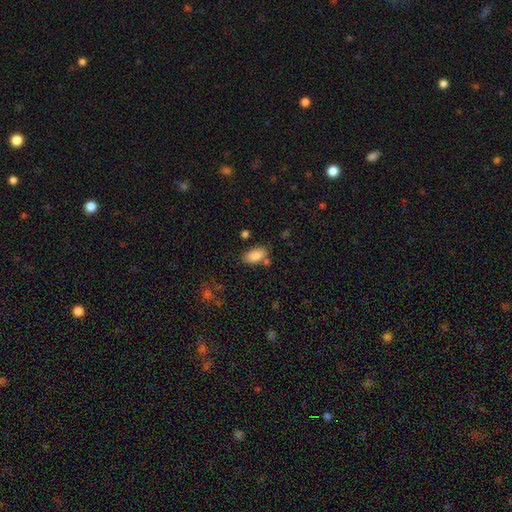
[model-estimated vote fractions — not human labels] smooth 87%, star or artifact 7%, featured or disk 5%. Down the decision tree: how rounded — in between (93%); merging — none (73%).